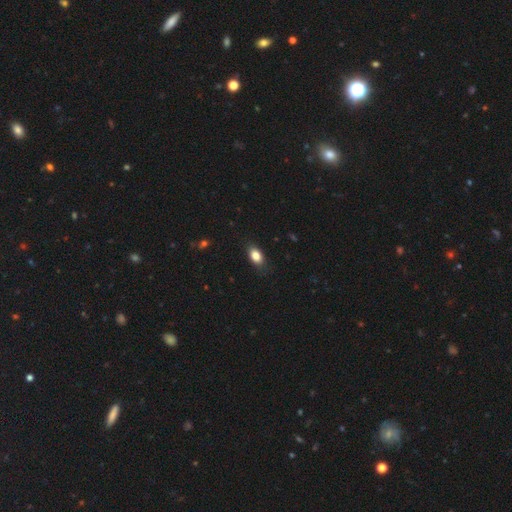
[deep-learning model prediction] Smooth or featured?
  - smooth: 85% *
  - star or artifact: 8%
  - featured or disk: 7%
How rounded?
  - in between: 86% *
  - round: 11%
  - cigar-shaped: 3%
Merging?
  - none: 83% *
  - minor disturbance: 13%
  - major disturbance: 3%
  - merger: 1%